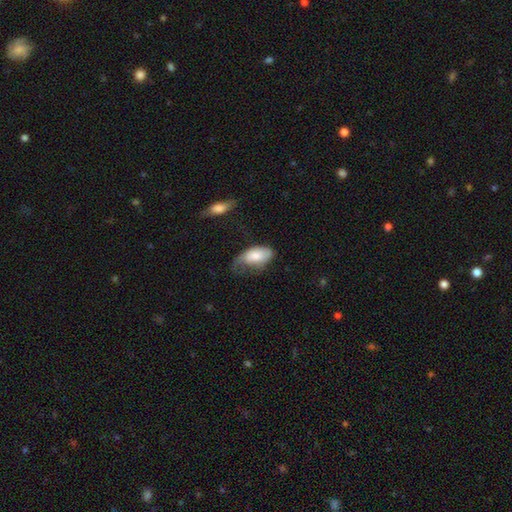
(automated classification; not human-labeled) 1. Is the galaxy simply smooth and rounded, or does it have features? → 75% smooth, 19% featured or disk, 6% star or artifact.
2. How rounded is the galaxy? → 93% in between, 4% cigar-shaped, 3% round.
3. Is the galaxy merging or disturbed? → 37% minor disturbance, 33% major disturbance, 27% none, 3% merger.